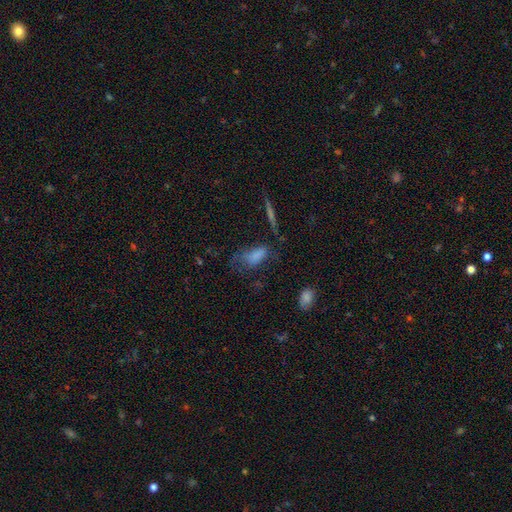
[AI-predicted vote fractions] A smooth galaxy with no disk features (70%) that is in between round and cigar-shaped (83%).

Vote fractions:
- Smooth or featured? smooth: 70% / featured or disk: 17% / star or artifact: 13%
- How rounded? in between: 83% / cigar-shaped: 11% / round: 6%
- Merging? none: 35% / major disturbance: 33% / minor disturbance: 26% / merger: 6%